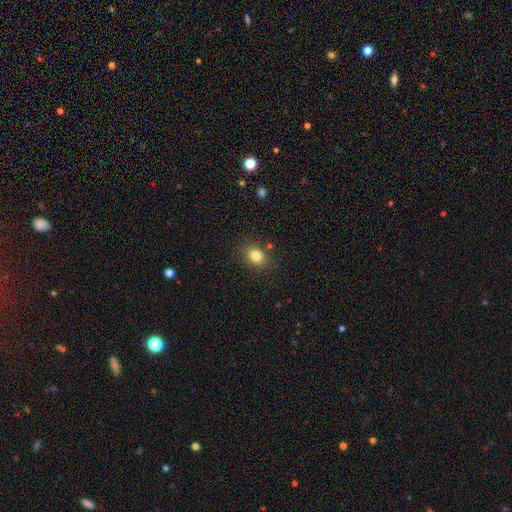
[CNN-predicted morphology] The model was most divided on "how rounded": in between: 58%, round: 41%, cigar-shaped: 1%. More confident: merging — none (82%); smooth or featured — smooth (82%).